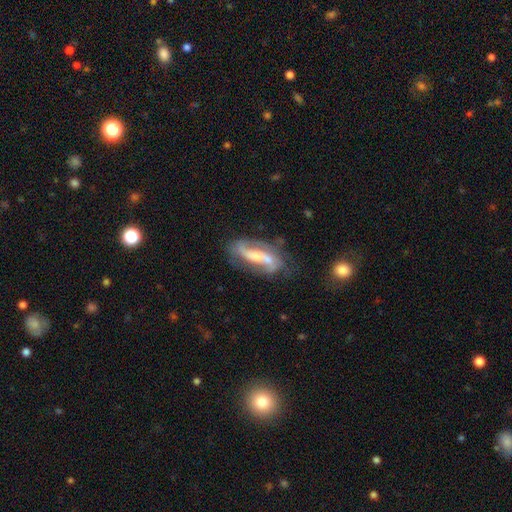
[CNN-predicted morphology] Overall: featured or disk (76%). Edge-on disk: no (88%). Bar: strong (37%; weak 35%). Spiral arms: yes (88%). Spiral arm count: 2 (83%). Spiral winding: loose (45%; medium 38%). Bulge size: small (41%, tied with moderate). Merging: none (59%; minor disturbance 22%).